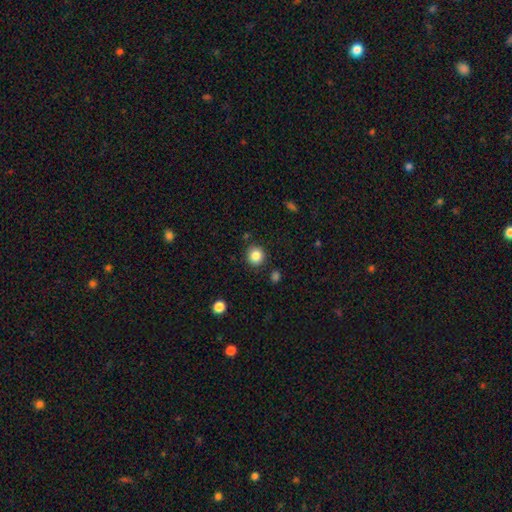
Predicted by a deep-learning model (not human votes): Smooth or featured? Predicted: smooth (p=0.86). How rounded? Predicted: round (p=0.87). Merging? Predicted: none (p=0.86).